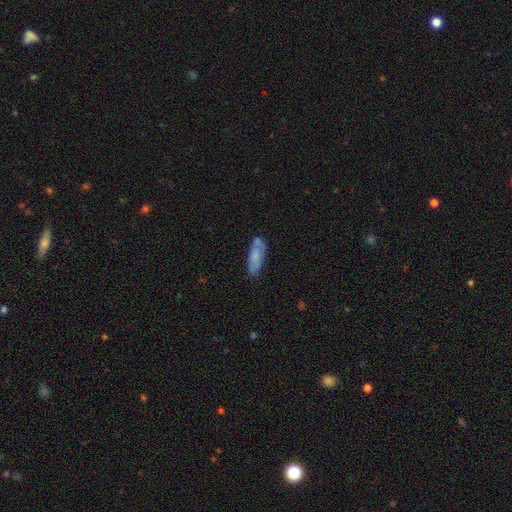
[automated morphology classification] Overall: smooth (67%). How rounded: in between (62%; cigar-shaped 36%). Merging: none (65%).